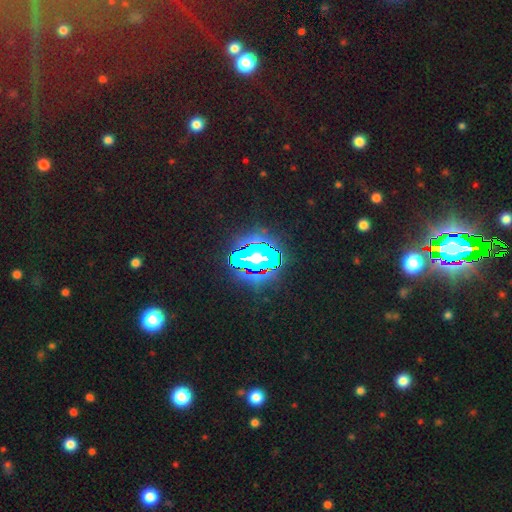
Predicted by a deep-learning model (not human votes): star or artifact 57%, smooth 22%, featured or disk 21%.